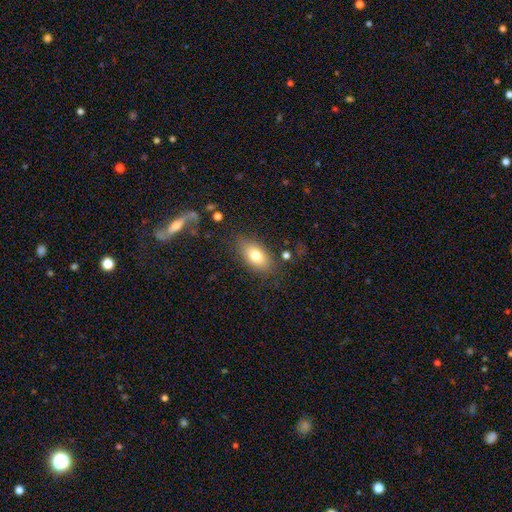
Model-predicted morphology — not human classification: Q: Smooth or featured?
A: smooth (77%); runner-up: featured or disk (15%)
Q: How rounded?
A: in between (87%); runner-up: round (8%)
Q: Merging?
A: none (79%); runner-up: minor disturbance (14%)